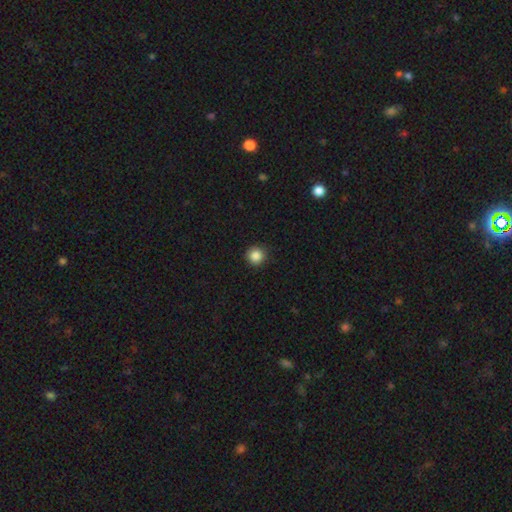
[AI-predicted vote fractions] Q: Smooth or featured?
A: smooth (87%); runner-up: star or artifact (10%)
Q: How rounded?
A: round (95%); runner-up: in between (4%)
Q: Merging?
A: none (92%); runner-up: minor disturbance (6%)